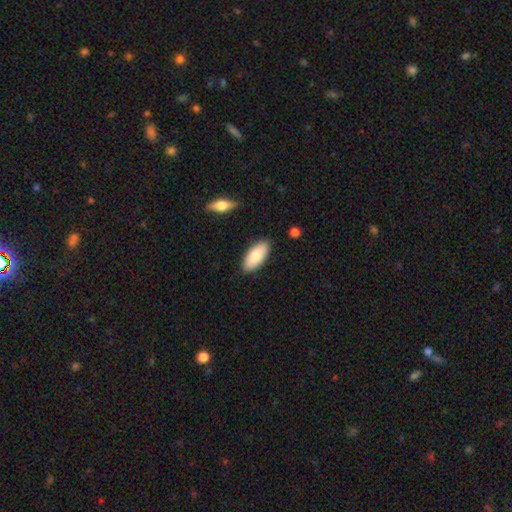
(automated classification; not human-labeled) This is clearly a smooth galaxy (82%). How rounded: clearly in between (89%). Merging: clearly none (86%).